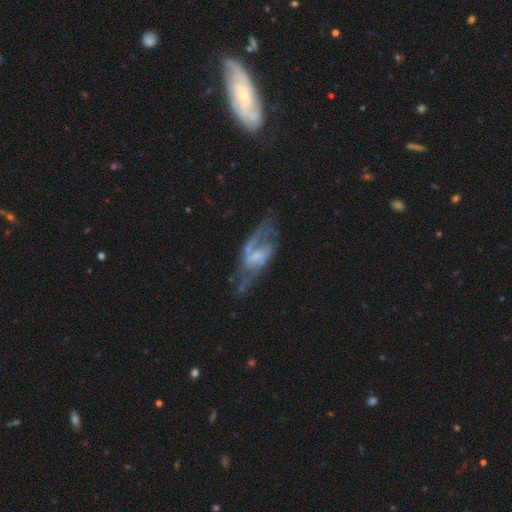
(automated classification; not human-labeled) Smooth or featured?
  - featured or disk: 81% *
  - smooth: 12%
  - star or artifact: 7%
Edge-on disk?
  - no: 93% *
  - yes: 7%
Bar?
  - weak: 48% *
  - no: 33%
  - strong: 19%
Spiral arms?
  - yes: 88% *
  - no: 12%
Spiral winding?
  - medium: 45% *
  - loose: 40%
  - tight: 15%
Spiral arm count?
  - 2: 78% *
  - can't tell: 11%
  - 1: 4%
  - 3: 3%
  - 4: 2%
  - more than 4: 1%
Bulge size?
  - small: 41% *
  - none: 27%
  - moderate: 25%
  - large: 5%
  - dominant: 1%
Merging?
  - none: 55% *
  - minor disturbance: 21%
  - major disturbance: 20%
  - merger: 5%